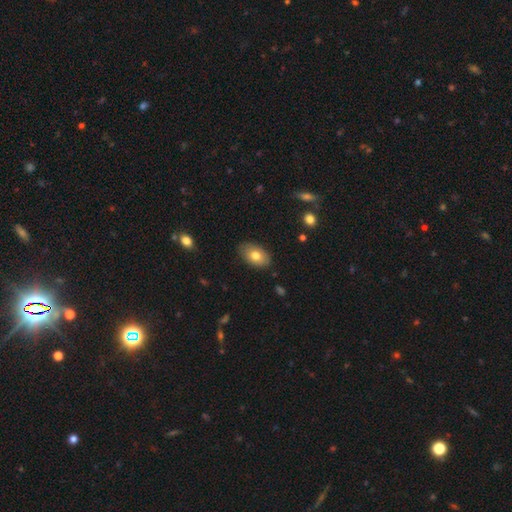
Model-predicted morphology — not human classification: Smooth or featured?
  - smooth: 76% *
  - featured or disk: 17%
  - star or artifact: 7%
How rounded?
  - in between: 90% *
  - round: 9%
  - cigar-shaped: 1%
Merging?
  - none: 84% *
  - minor disturbance: 13%
  - major disturbance: 2%
  - merger: 1%